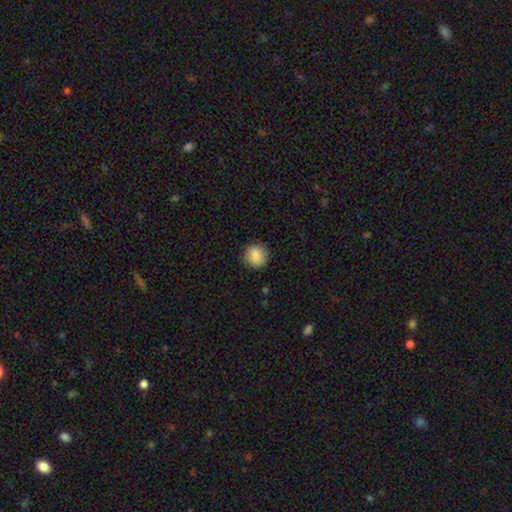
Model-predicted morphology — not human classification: The model was most divided on "merging": none: 88%, minor disturbance: 9%, major disturbance: 2%, merger: 1%. More confident: how rounded — round (91%); smooth or featured — smooth (87%).